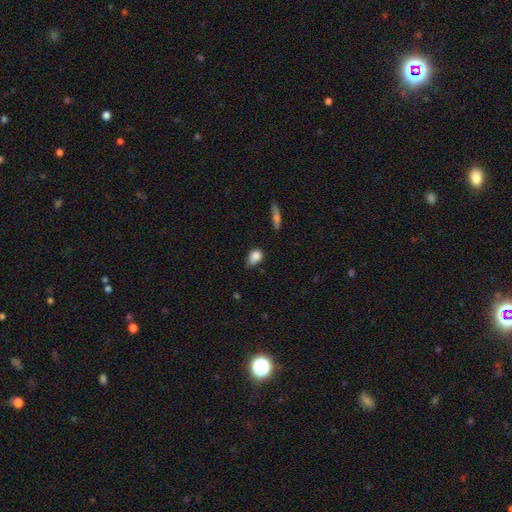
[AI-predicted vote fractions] A smooth galaxy with no disk features (83%) that is in between round and cigar-shaped (77%). Merging: none (46%).